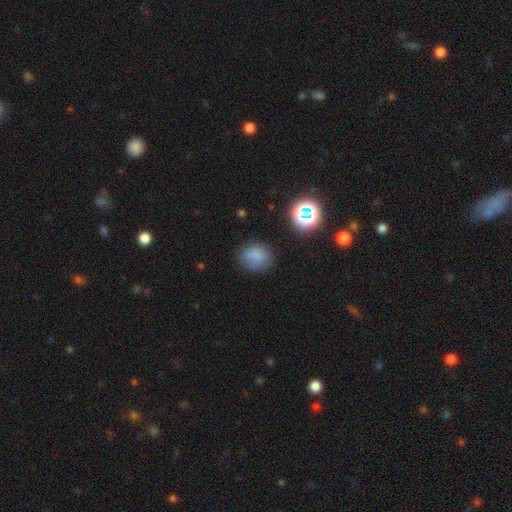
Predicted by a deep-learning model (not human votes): Overall: smooth (77%). How rounded: round (64%; in between 35%). Merging: none (72%).